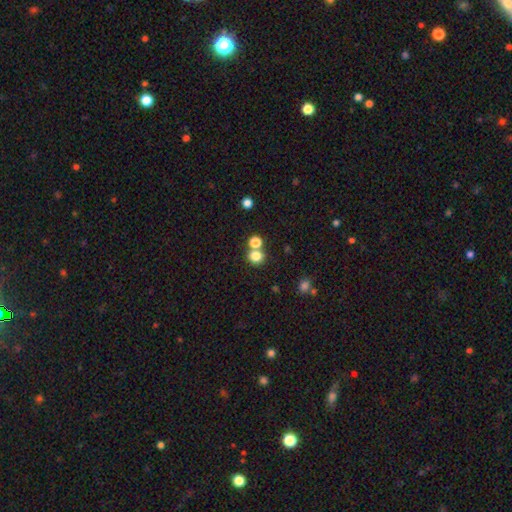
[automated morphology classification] Q: Smooth or featured?
A: smooth (79%); runner-up: star or artifact (15%)
Q: How rounded?
A: round (83%); runner-up: in between (16%)
Q: Merging?
A: none (61%); runner-up: merger (29%)